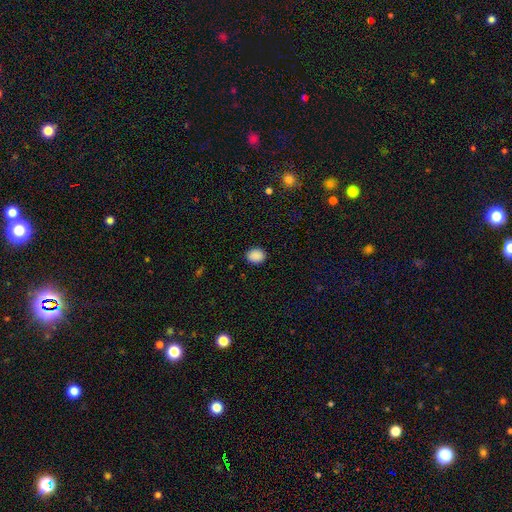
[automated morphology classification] This appears to be a smooth galaxy with no disk features (89%) that is in between round and cigar-shaped (51%). Merging: none (89%).